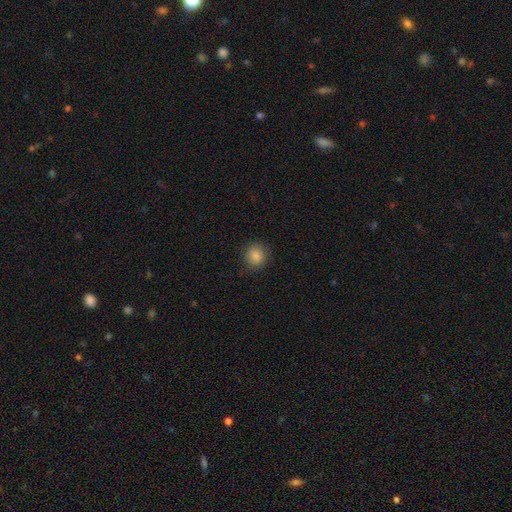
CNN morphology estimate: This appears to be a smooth galaxy with no disk features (86%) that is round (82%). Merging: none (86%).